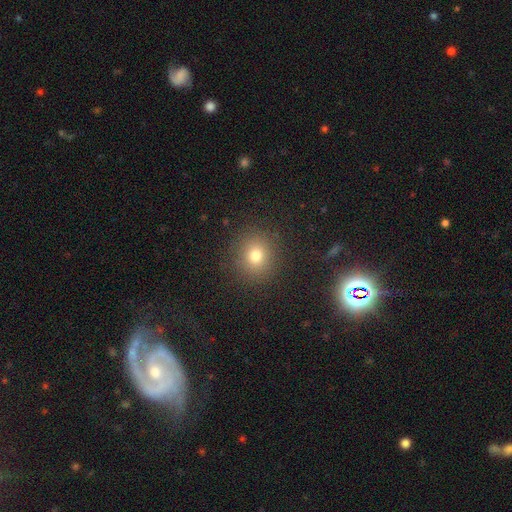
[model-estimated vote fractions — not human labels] This is likely a smooth galaxy (75%). How rounded: clearly round (87%). Merging: clearly none (89%).